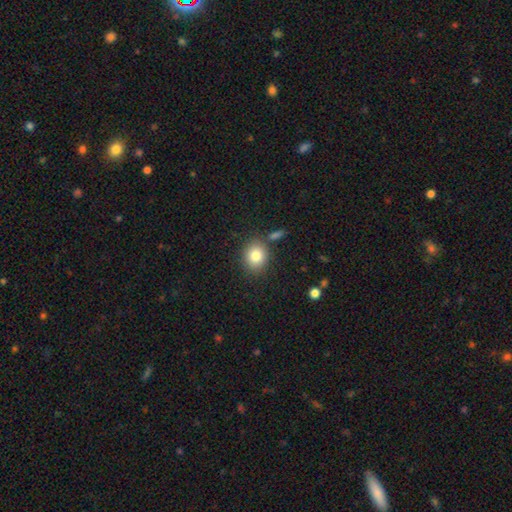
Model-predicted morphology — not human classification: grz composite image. It shows a smooth galaxy with no disk features (83%) that is round (63%). Merging: none (79%).